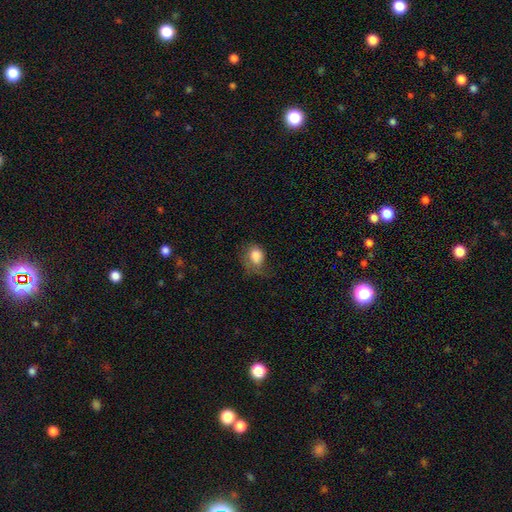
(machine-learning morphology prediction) Overall: smooth (76%). How rounded: in between (58%; round 40%). Merging: major disturbance (36%; none 33%).